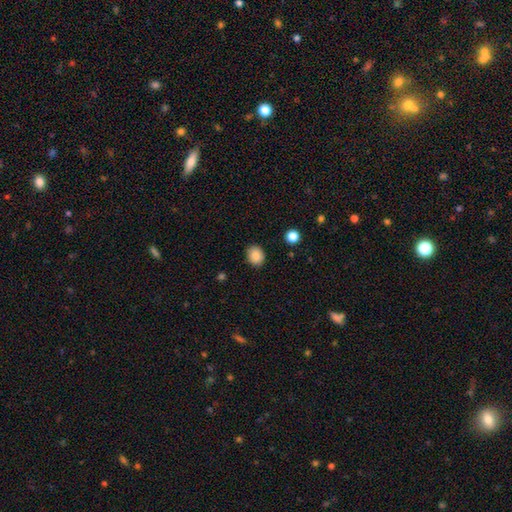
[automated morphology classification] Q: Smooth or featured?
A: smooth (86%); runner-up: star or artifact (9%)
Q: How rounded?
A: round (64%); runner-up: in between (35%)
Q: Merging?
A: none (88%); runner-up: minor disturbance (9%)